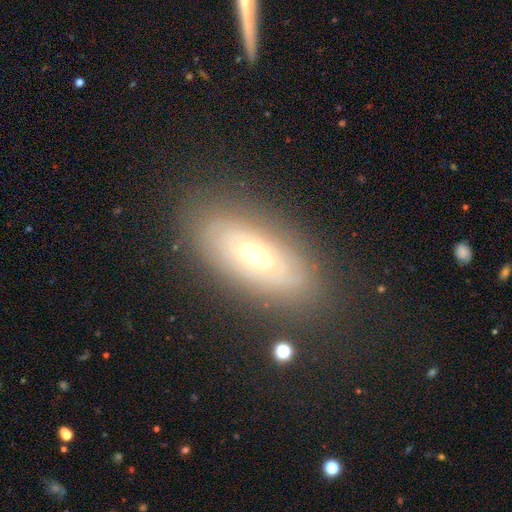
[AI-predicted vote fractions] Smooth or featured? Predicted: featured or disk (p=0.62). Edge-on disk? Predicted: no (p=0.82). Bar? Predicted: no (p=0.74). Spiral arms? Predicted: yes (p=0.52). Bulge size? Predicted: moderate (p=0.62). Merging? Predicted: none (p=0.77).